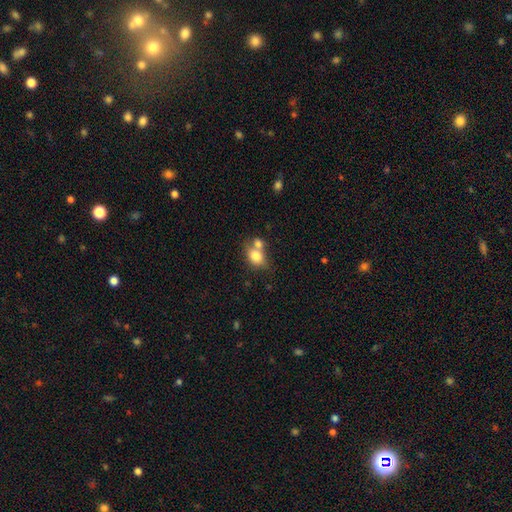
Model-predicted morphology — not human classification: This appears to be a smooth galaxy with no disk features (79%) that is in between round and cigar-shaped (61%). Merging: merger (44%).